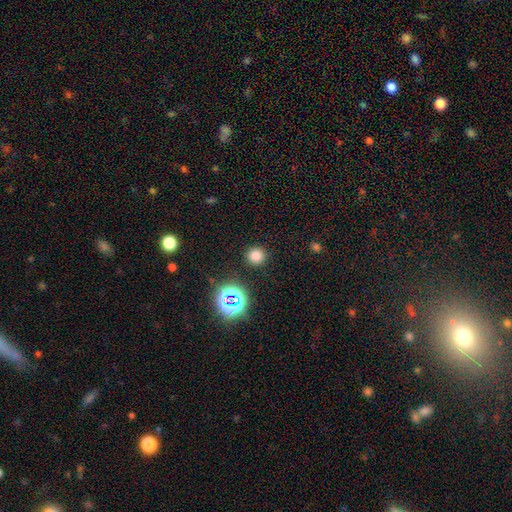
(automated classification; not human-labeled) Smooth or featured? smooth (75%)
How rounded? round (93%)
Merging? none (90%)